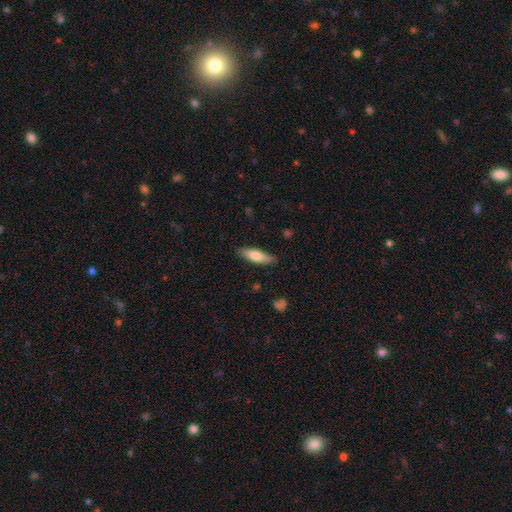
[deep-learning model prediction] This is likely a smooth galaxy (77%). How rounded: possibly in between (49%, tied with cigar-shaped). Merging: clearly none (83%).